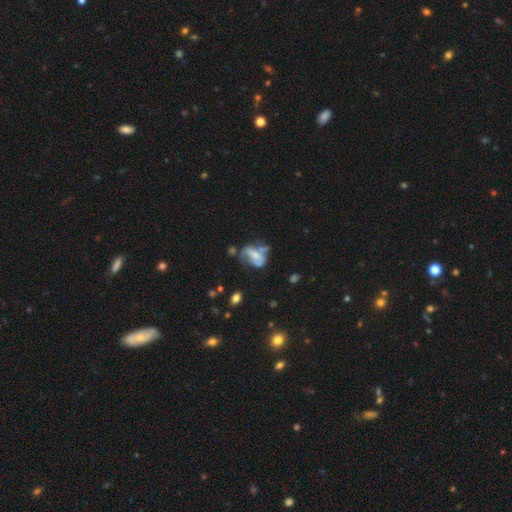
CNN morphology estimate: A featured or disk galaxy (56%) with no bar (43%), spiral arms (51%) and a small central bulge (39%). Merging: none (28%).